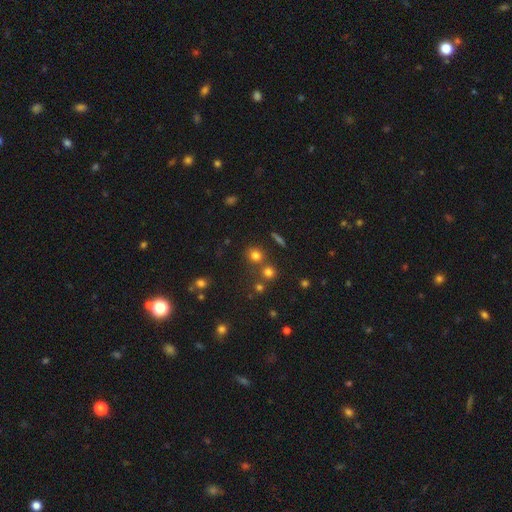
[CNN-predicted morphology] smooth 73%, star or artifact 19%, featured or disk 8%. Down the decision tree: how rounded — round (85%); merging — none (70%).